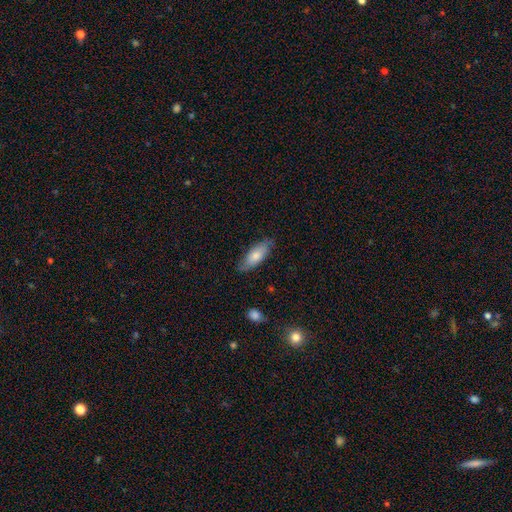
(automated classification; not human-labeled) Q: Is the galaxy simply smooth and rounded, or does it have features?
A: smooth — 72%.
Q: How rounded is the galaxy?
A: in between — 73%.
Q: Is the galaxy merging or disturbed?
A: none — 77%.